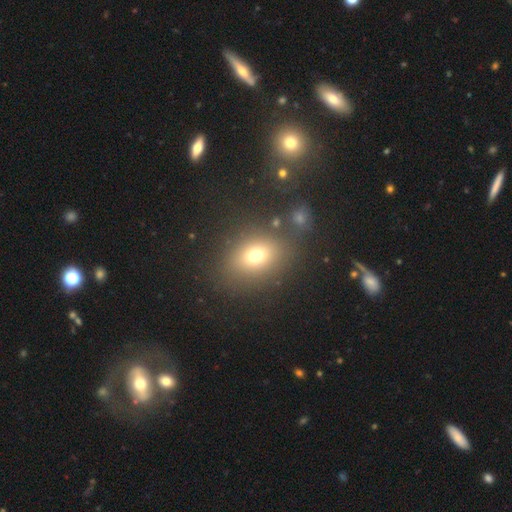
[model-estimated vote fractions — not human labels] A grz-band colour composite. It shows a smooth galaxy with no disk features (71%) that is in between round and cigar-shaped (58%). Merging: none (78%).